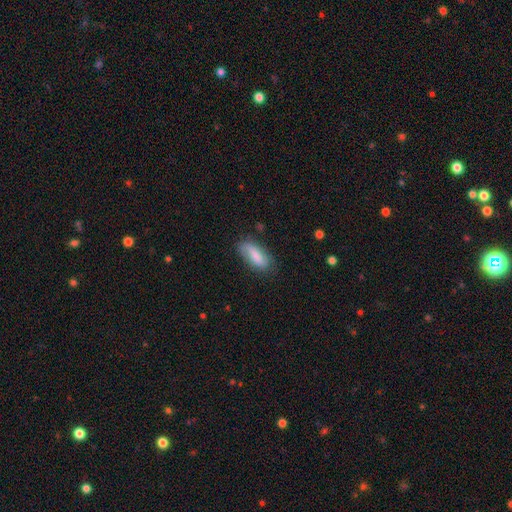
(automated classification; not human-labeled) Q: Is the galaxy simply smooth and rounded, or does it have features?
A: smooth — 72%.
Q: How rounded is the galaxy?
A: in between — 79%.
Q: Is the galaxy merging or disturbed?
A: none — 68%.